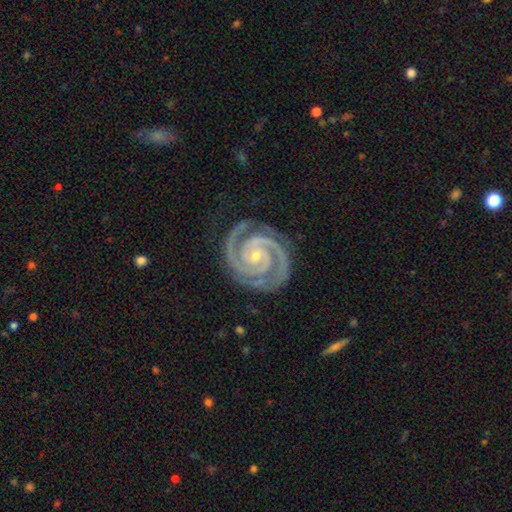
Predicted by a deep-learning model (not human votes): This is clearly a featured or disk galaxy (94%). It is clearly not viewed edge-on (98%). Bar: likely no (67%). Spiral arm pattern: clearly yes (99%). Spiral arm count: clearly 2 (87%). Spiral winding: clearly tight (82%). Central bulge: likely small (73%). Merging: clearly none (82%).